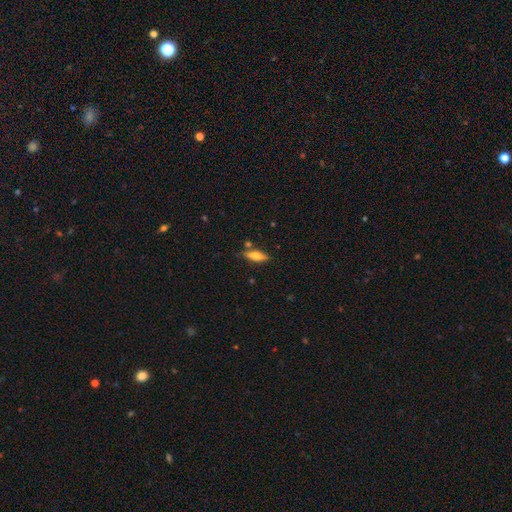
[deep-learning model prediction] Smooth or featured: smooth — 61% (featured or disk — 33%)
How rounded: cigar-shaped — 49% (tied with in between — 49%)
Merging: none — 78% (minor disturbance — 13%)